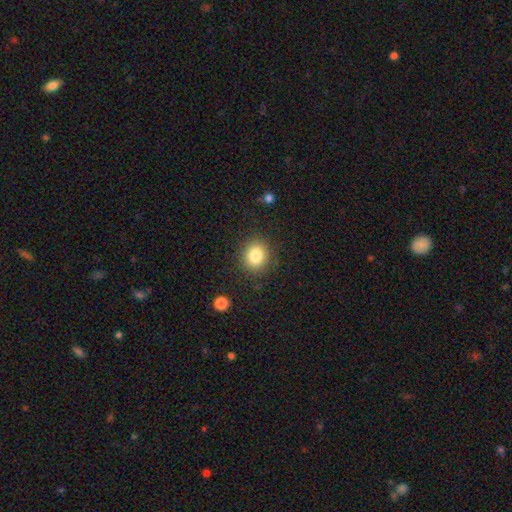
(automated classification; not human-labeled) Smooth or featured?
  - smooth: 83% *
  - star or artifact: 11%
  - featured or disk: 7%
How rounded?
  - round: 76% *
  - in between: 23%
  - cigar-shaped: 1%
Merging?
  - none: 86% *
  - minor disturbance: 9%
  - major disturbance: 3%
  - merger: 1%